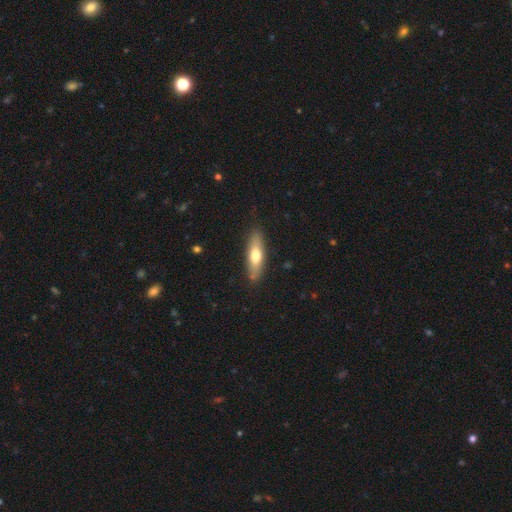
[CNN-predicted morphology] A smooth galaxy with no disk features (61%) that is cigar-shaped (60%).

Vote fractions:
- Smooth or featured? smooth: 61% / featured or disk: 33% / star or artifact: 6%
- How rounded? cigar-shaped: 60% / in between: 38% / round: 2%
- Merging? none: 85% / minor disturbance: 11% / major disturbance: 2% / merger: 1%